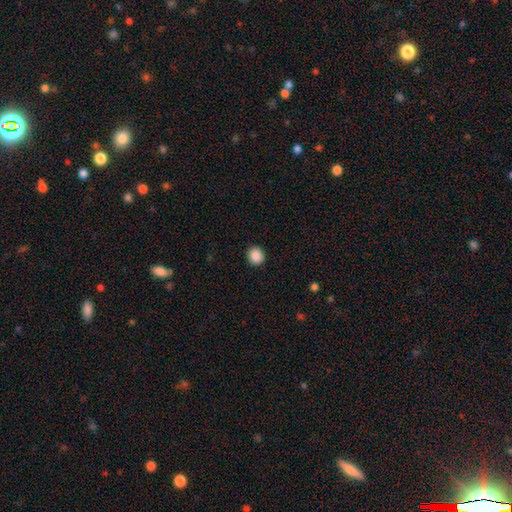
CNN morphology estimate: smooth_or_featured: smooth (p=0.89) [alt: star or artifact p=0.09]
how_rounded: round (p=0.83) [alt: in between p=0.16]
merging: none (p=0.91) [alt: minor disturbance p=0.06]